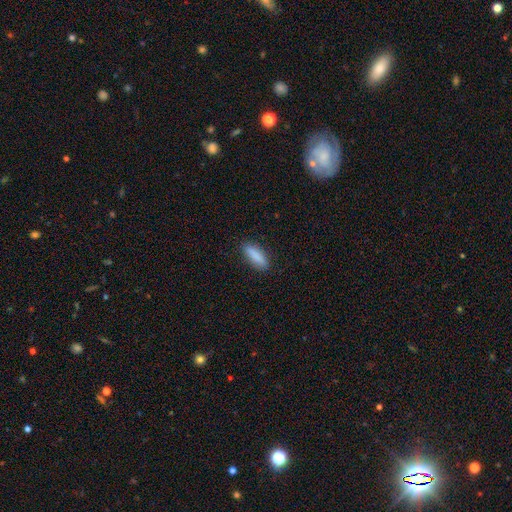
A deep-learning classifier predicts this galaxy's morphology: A smooth galaxy with no disk features (87%) that is cigar-shaped (52%). Merging: none (87%).